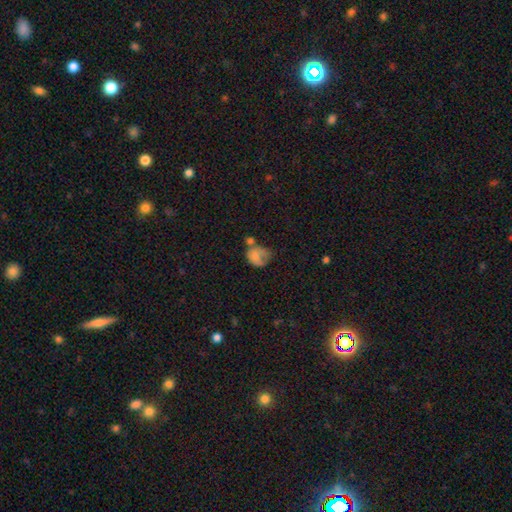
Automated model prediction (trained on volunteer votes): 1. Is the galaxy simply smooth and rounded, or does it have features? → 71% smooth, 19% featured or disk, 10% star or artifact.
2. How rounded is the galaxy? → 50% in between, 49% round, 1% cigar-shaped.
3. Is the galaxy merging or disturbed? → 27% major disturbance (tied), 27% none (tied), 24% minor disturbance, 22% merger.